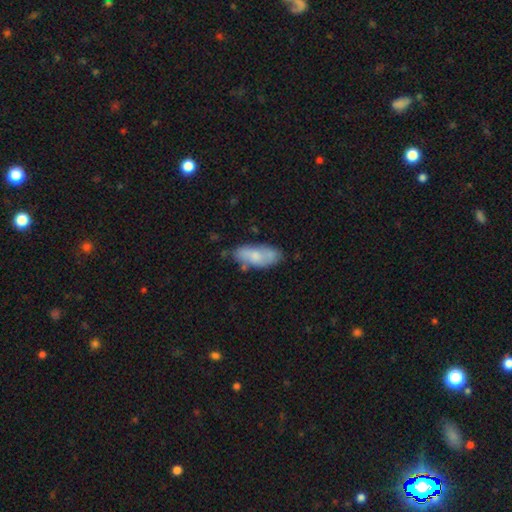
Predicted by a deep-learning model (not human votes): Morphology: type=smooth (60%); roundness=in between (83%); merging=none (63%).